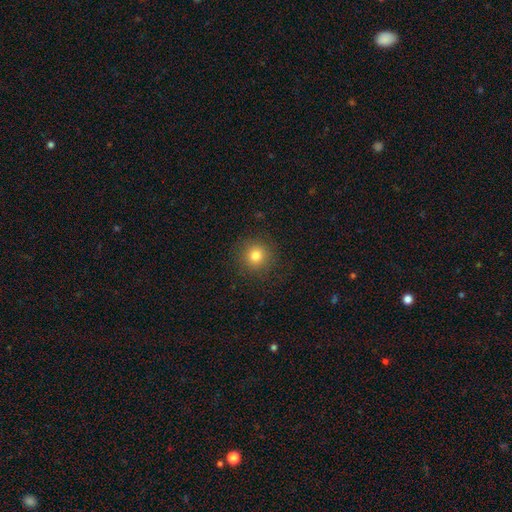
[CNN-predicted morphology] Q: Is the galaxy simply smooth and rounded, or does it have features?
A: smooth — 80%.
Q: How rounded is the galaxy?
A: round — 93%.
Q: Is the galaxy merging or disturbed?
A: none — 90%.